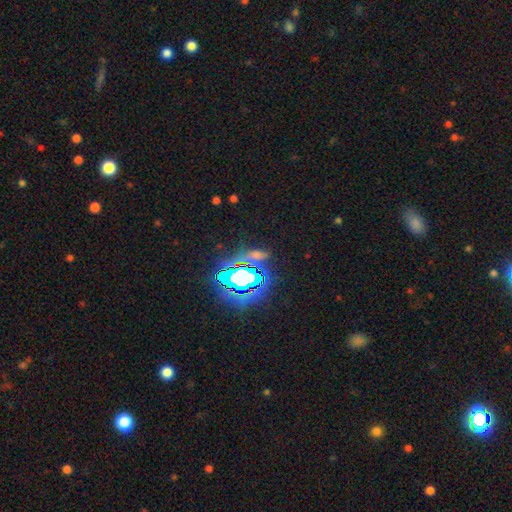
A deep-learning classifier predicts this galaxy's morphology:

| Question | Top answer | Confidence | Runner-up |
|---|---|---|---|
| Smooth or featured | star or artifact | 63% | smooth (23%) |